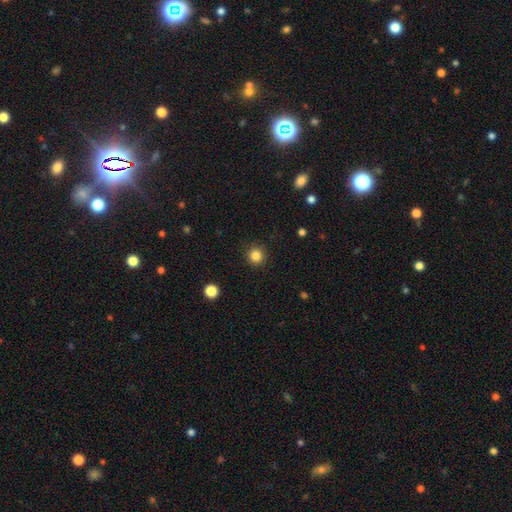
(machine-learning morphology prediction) A smooth galaxy with no disk features (84%) that is round (95%).

Vote fractions:
- Smooth or featured? smooth: 84% / star or artifact: 12% / featured or disk: 4%
- How rounded? round: 95% / in between: 4% / cigar-shaped: 1%
- Merging? none: 91% / minor disturbance: 6% / major disturbance: 2% / merger: 1%